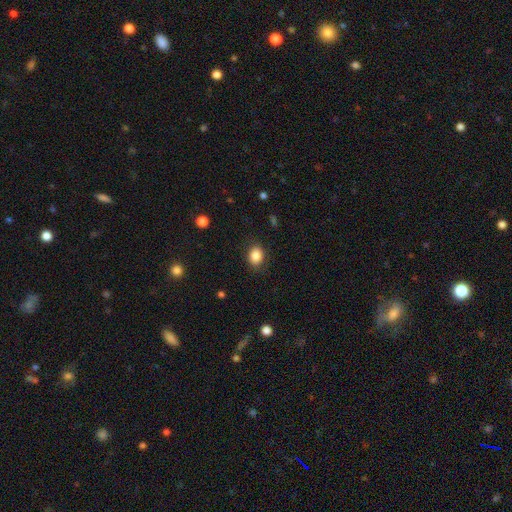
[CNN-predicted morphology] This appears to be a smooth galaxy with no disk features (86%) that is in between round and cigar-shaped (58%). Merging: none (85%).